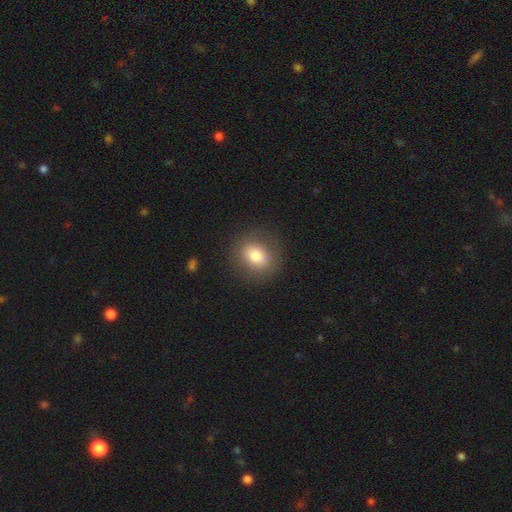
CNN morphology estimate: Smooth or featured? Predicted: smooth (p=0.75). How rounded? Predicted: round (p=0.72). Merging? Predicted: none (p=0.83).